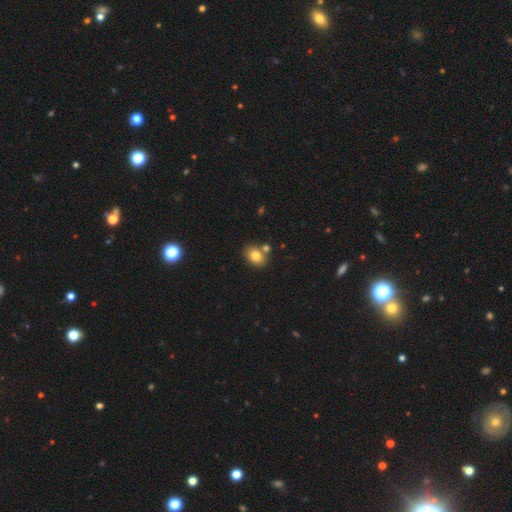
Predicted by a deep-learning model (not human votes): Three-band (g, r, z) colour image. It shows a smooth galaxy with no disk features (79%) that is in between round and cigar-shaped (64%). Merging: none (69%).